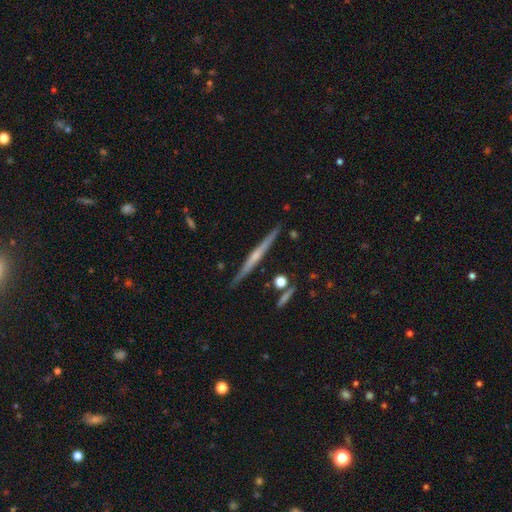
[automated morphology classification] Smooth or featured?
  - featured or disk: 72% *
  - smooth: 22%
  - star or artifact: 6%
Edge-on disk?
  - yes: 98% *
  - no: 2%
Edge-on bulge?
  - rounded: 51% *
  - none: 41%
  - boxy: 8%
Merging?
  - none: 90% *
  - minor disturbance: 7%
  - merger: 2%
  - major disturbance: 1%